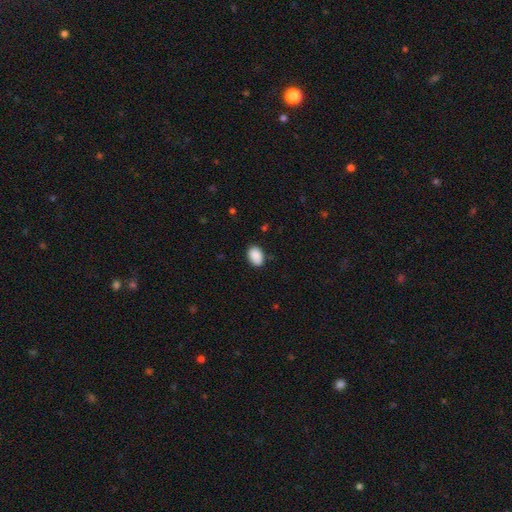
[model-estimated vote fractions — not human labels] The model was most divided on "merging": none: 79%, minor disturbance: 17%, major disturbance: 3%, merger: 1%. More confident: smooth or featured — smooth (89%); how rounded — in between (81%).